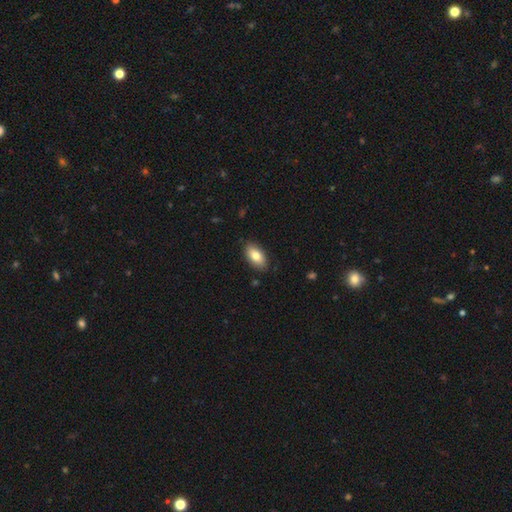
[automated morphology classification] This is likely a smooth galaxy (79%). How rounded: clearly in between (93%). Merging: clearly none (87%).